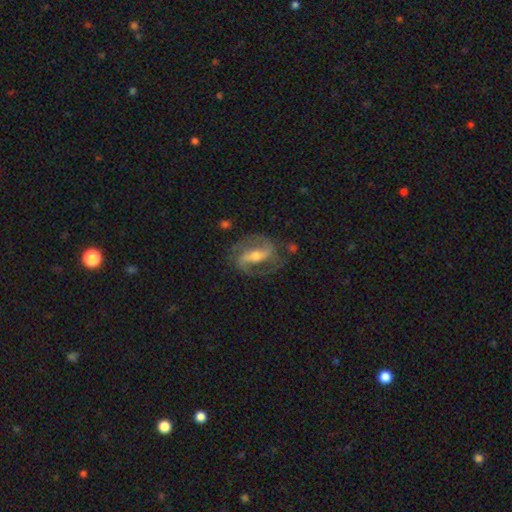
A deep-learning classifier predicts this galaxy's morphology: This is clearly a featured or disk galaxy (87%). It is clearly not viewed edge-on (95%). Bar: possibly strong (60%). Spiral arm pattern: clearly yes (95%). Spiral arm count: clearly 2 (90%). Spiral winding: possibly medium (53%). Central bulge: possibly moderate (59%). Merging: likely none (74%).